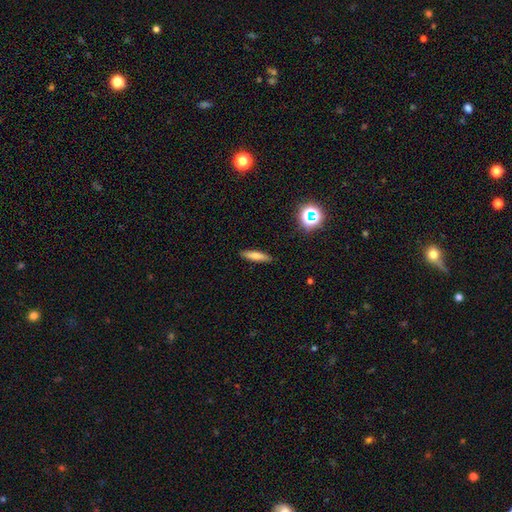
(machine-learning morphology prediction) smooth_or_featured: smooth (p=0.74) [alt: featured or disk p=0.16]
how_rounded: cigar-shaped (p=0.78) [alt: in between p=0.20]
merging: none (p=0.88) [alt: minor disturbance p=0.09]